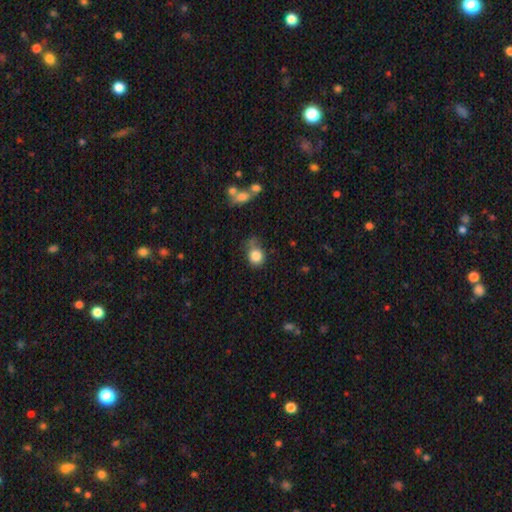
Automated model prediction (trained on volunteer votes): smooth-or-featured: smooth: 84% | star or artifact: 10% | featured or disk: 7%
  how-rounded: round: 70% | in between: 29% | cigar-shaped: 1%
  merging: none: 45% | minor disturbance: 33% | major disturbance: 14% | merger: 8%